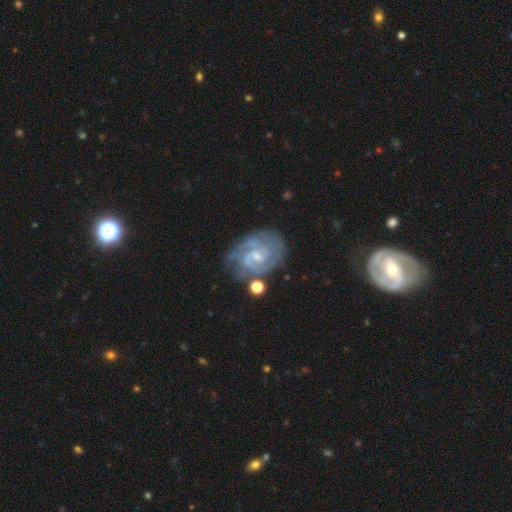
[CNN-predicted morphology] This is clearly a featured or disk galaxy (86%). It is clearly not viewed edge-on (97%). Bar: possibly weak (50%). Spiral arm pattern: clearly yes (96%). Spiral arm count: possibly 2 (54%). Spiral winding: possibly tight (56%). Central bulge: likely small (67%). Merging: likely none (68%).